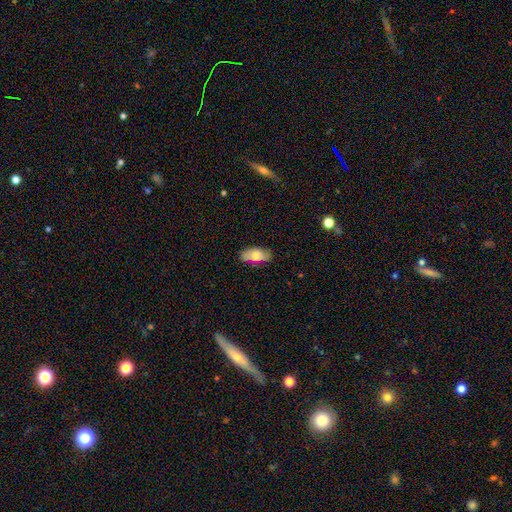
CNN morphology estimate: Smooth or featured? smooth (73%)
How rounded? in between (90%)
Merging? none (76%)